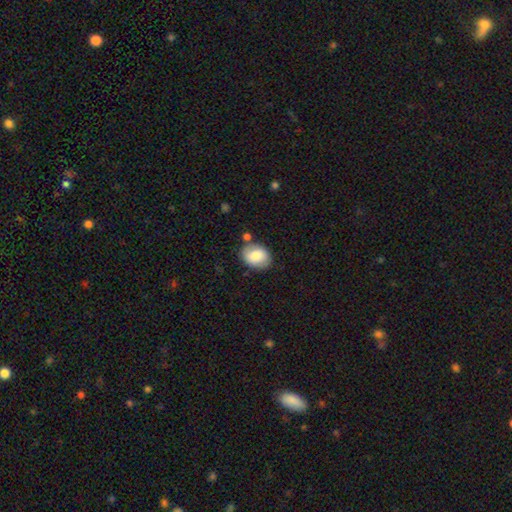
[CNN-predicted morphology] Smooth or featured: smooth — 78% (featured or disk — 15%)
How rounded: in between — 64% (round — 35%)
Merging: none — 75% (minor disturbance — 15%)